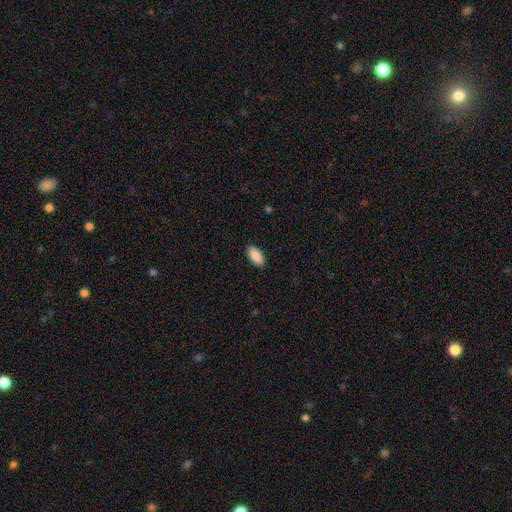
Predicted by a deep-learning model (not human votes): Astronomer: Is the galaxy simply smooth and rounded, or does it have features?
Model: smooth — 90%.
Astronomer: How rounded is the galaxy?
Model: in between — 94%.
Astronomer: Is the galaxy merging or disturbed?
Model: none — 89%.